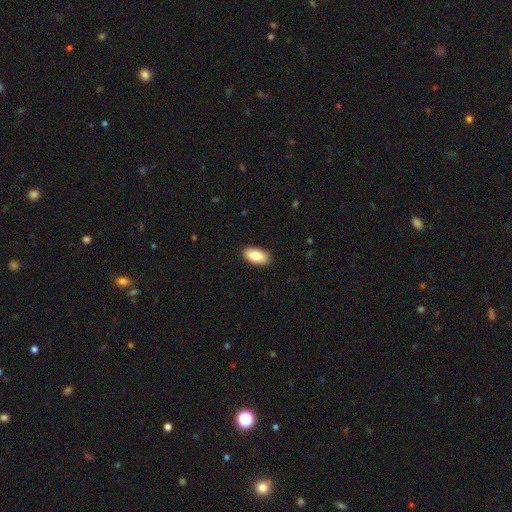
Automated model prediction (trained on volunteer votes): Smooth or featured? Predicted: smooth (p=0.83). How rounded? Predicted: in between (p=0.92). Merging? Predicted: none (p=0.90).